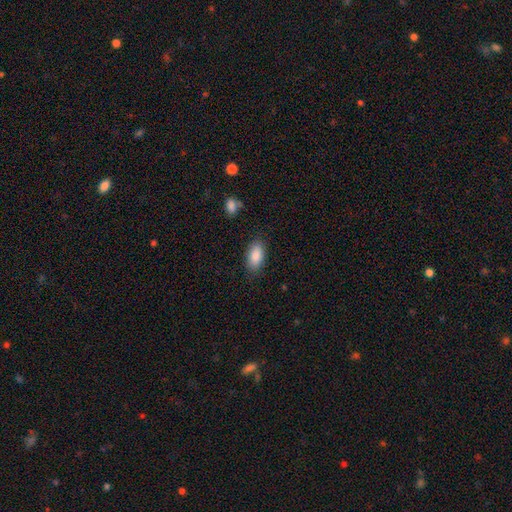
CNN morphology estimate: The model was most divided on "merging": none: 84%, minor disturbance: 12%, major disturbance: 3%, merger: 2%. More confident: how rounded — in between (92%); smooth or featured — smooth (88%).